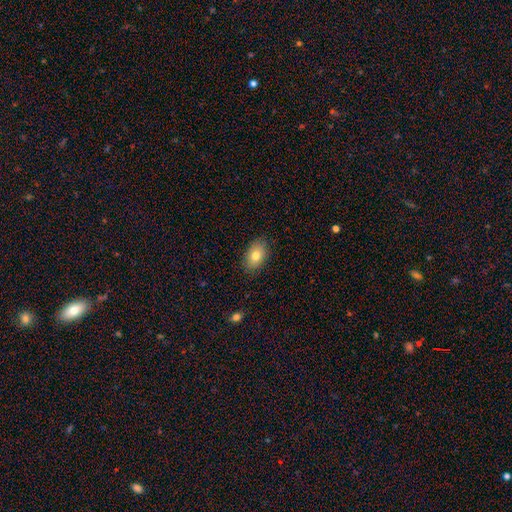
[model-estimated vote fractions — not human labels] Q: Smooth or featured?
A: smooth (79%); runner-up: featured or disk (13%)
Q: How rounded?
A: in between (87%); runner-up: round (12%)
Q: Merging?
A: none (87%); runner-up: minor disturbance (10%)